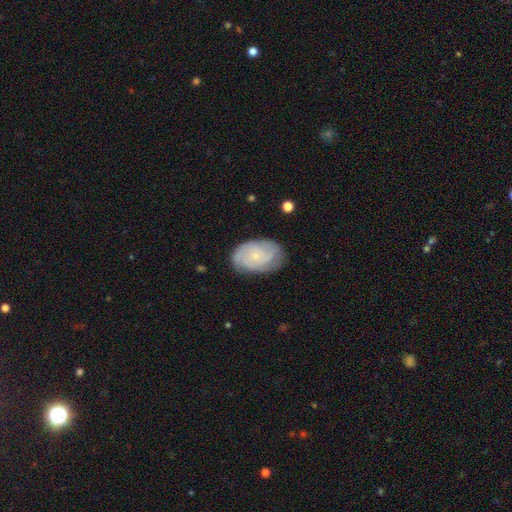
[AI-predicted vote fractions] Q: Smooth or featured?
A: featured or disk (67%); runner-up: smooth (26%)
Q: Edge-on disk?
A: no (97%); runner-up: yes (3%)
Q: Bar?
A: no (80%); runner-up: weak (17%)
Q: Spiral arms?
A: yes (90%); runner-up: no (10%)
Q: Spiral winding?
A: tight (59%); runner-up: medium (32%)
Q: Spiral arm count?
A: can't tell (36%); runner-up: 3 (23%)
Q: Bulge size?
A: small (81%); runner-up: moderate (13%)
Q: Merging?
A: none (76%); runner-up: minor disturbance (18%)